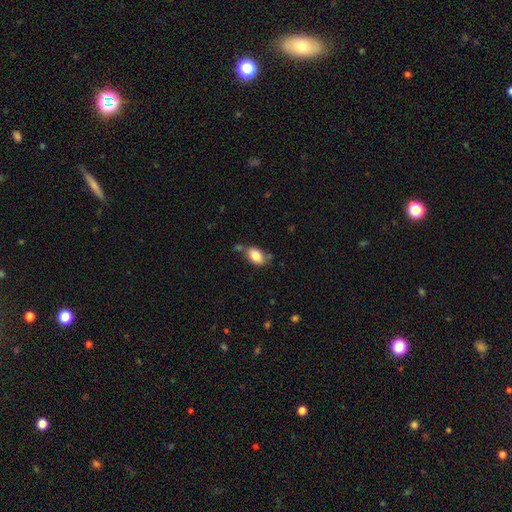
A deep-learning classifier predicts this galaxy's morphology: A smooth galaxy with no disk features (83%) that is in between round and cigar-shaped (88%). Merging: none (65%).